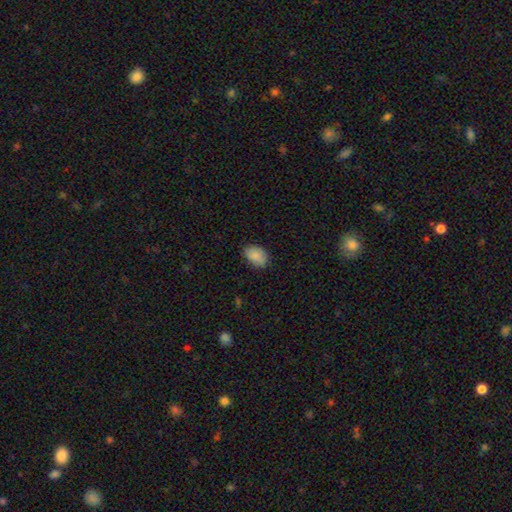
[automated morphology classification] The model was most divided on "merging": none: 82%, minor disturbance: 14%, major disturbance: 3%, merger: 1%. More confident: smooth or featured — smooth (87%); how rounded — in between (85%).